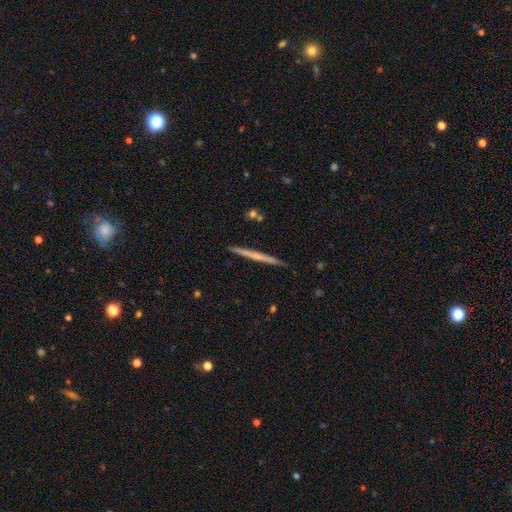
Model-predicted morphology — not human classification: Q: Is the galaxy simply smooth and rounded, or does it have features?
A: featured or disk — 52%.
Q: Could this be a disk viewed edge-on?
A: yes — 98%.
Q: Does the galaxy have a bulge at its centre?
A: none — 83%.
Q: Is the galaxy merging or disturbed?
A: none — 91%.